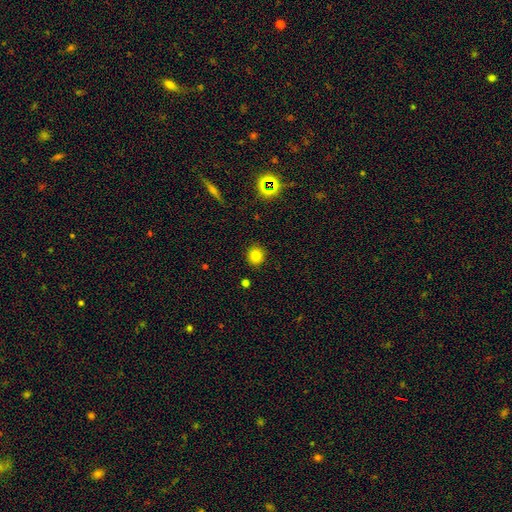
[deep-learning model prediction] smooth_or_featured: smooth (p=0.82) [alt: star or artifact p=0.13]
how_rounded: round (p=0.87) [alt: in between p=0.12]
merging: none (p=0.90) [alt: minor disturbance p=0.07]